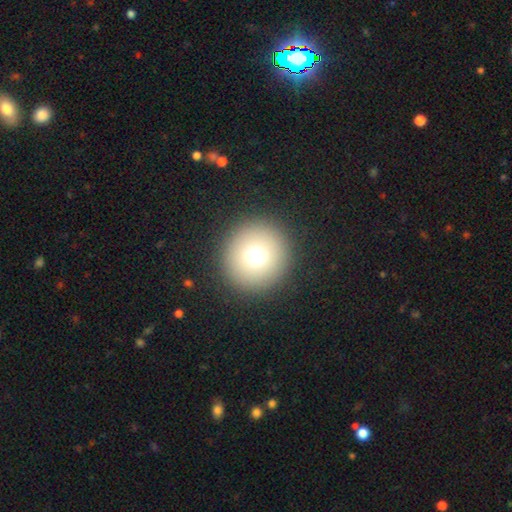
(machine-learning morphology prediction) The model was most divided on "smooth or featured": smooth: 71%, star or artifact: 15%, featured or disk: 14%. More confident: how rounded — round (95%); merging — none (91%).